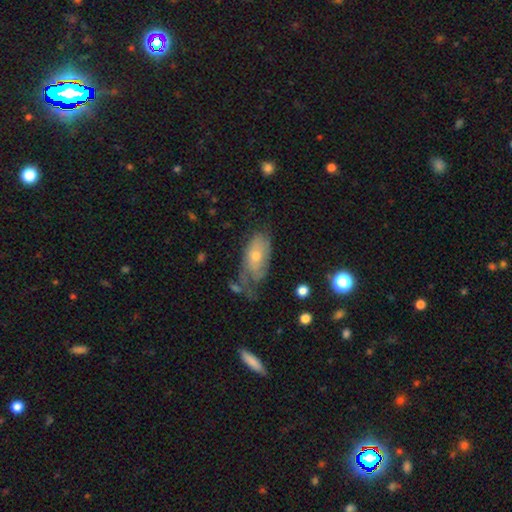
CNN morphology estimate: Smooth or featured?
  - smooth: 52% *
  - featured or disk: 41%
  - star or artifact: 8%
How rounded?
  - in between: 89% *
  - cigar-shaped: 6%
  - round: 5%
Merging?
  - none: 35% *
  - minor disturbance: 33%
  - major disturbance: 26%
  - merger: 6%